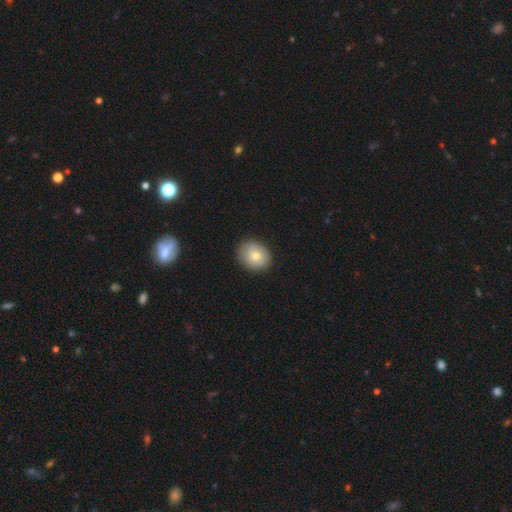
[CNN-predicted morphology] smooth 70%, featured or disk 22%, star or artifact 8%. Down the decision tree: how rounded — round (63%); merging — none (83%).